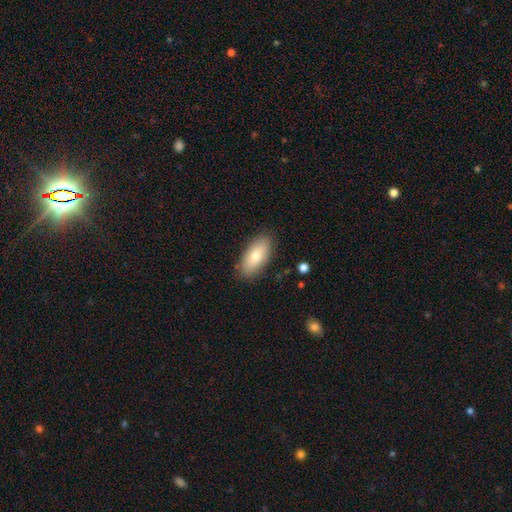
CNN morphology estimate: Smooth or featured? Predicted: smooth (p=0.77). How rounded? Predicted: in between (p=0.88). Merging? Predicted: none (p=0.86).